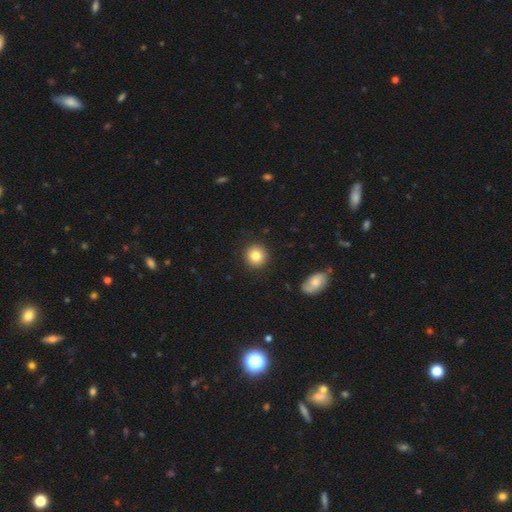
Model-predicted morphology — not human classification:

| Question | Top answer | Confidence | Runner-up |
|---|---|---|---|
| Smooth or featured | smooth | 83% | star or artifact (9%) |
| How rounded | round | 92% | in between (7%) |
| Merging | none | 91% | minor disturbance (6%) |